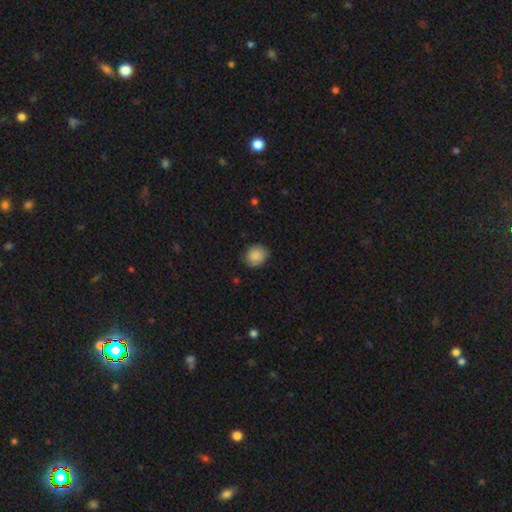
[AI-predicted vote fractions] Overall: smooth (85%). How rounded: round (68%; in between 31%). Merging: none (79%).